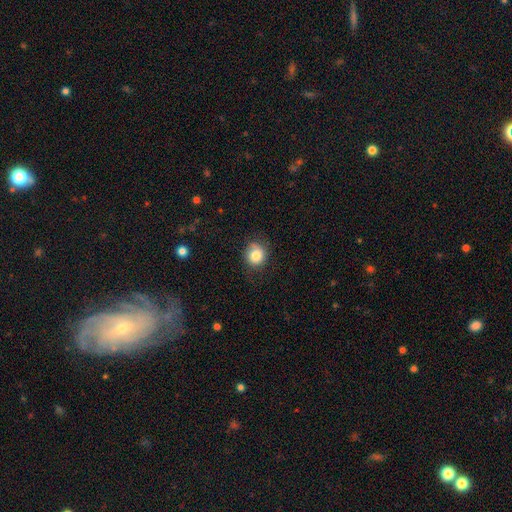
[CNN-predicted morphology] The model was most divided on "merging": none: 73%, minor disturbance: 20%, major disturbance: 5%, merger: 1%. More confident: smooth or featured — smooth (81%); how rounded — round (80%).